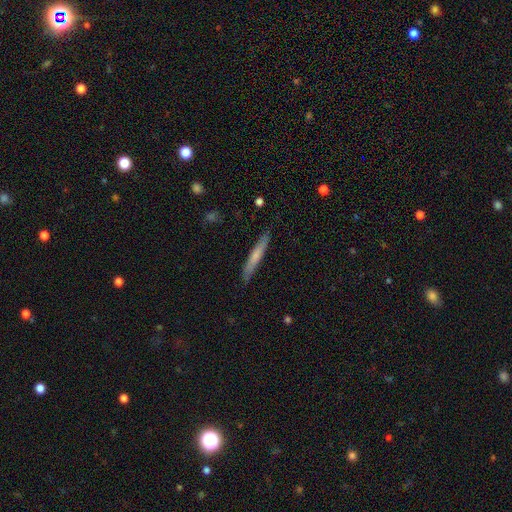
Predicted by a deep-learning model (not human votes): Smooth or featured? smooth (63%)
How rounded? cigar-shaped (96%)
Merging? none (88%)